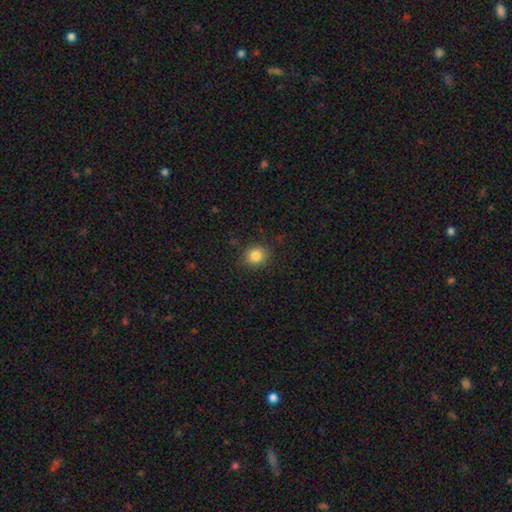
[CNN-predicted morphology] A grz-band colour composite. It shows a smooth galaxy with no disk features (84%) that is round (85%). Merging: none (89%).